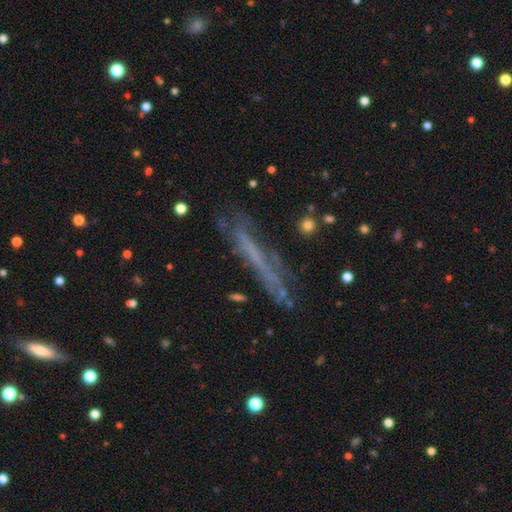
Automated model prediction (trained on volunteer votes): featured or disk 49%, smooth 39%, star or artifact 12%. Down the decision tree: merging — none (72%).